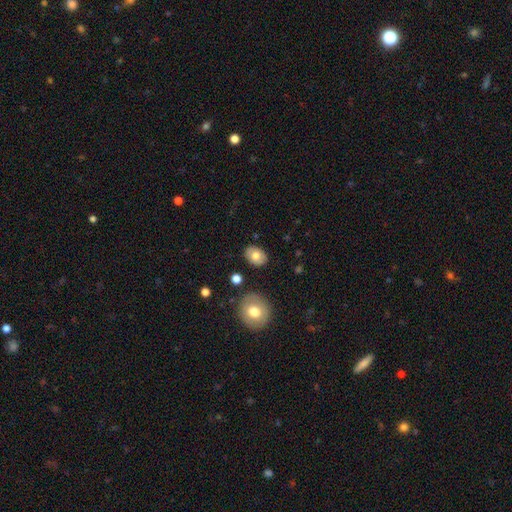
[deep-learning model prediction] Smooth or featured?
  - smooth: 73% *
  - featured or disk: 19%
  - star or artifact: 8%
How rounded?
  - in between: 70% *
  - round: 29%
  - cigar-shaped: 1%
Merging?
  - none: 85% *
  - minor disturbance: 10%
  - major disturbance: 3%
  - merger: 2%